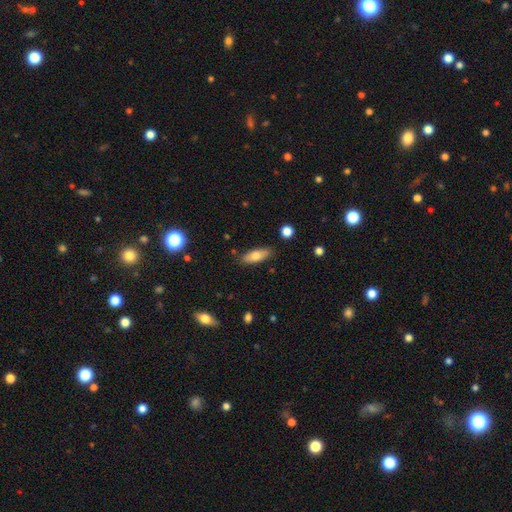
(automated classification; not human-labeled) Smooth or featured?
  - smooth: 73% *
  - featured or disk: 20%
  - star or artifact: 7%
How rounded?
  - in between: 68% *
  - cigar-shaped: 30%
  - round: 3%
Merging?
  - none: 84% *
  - minor disturbance: 11%
  - major disturbance: 2%
  - merger: 2%